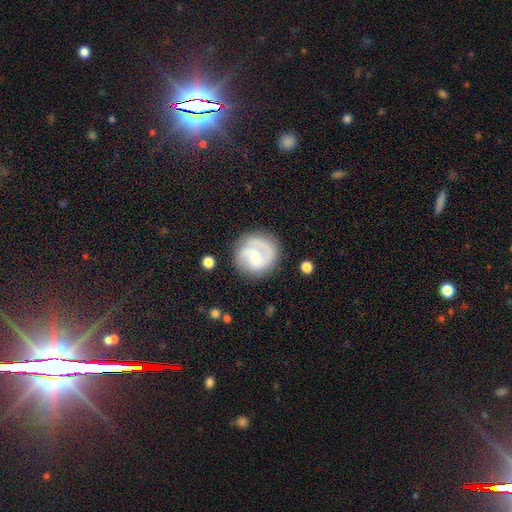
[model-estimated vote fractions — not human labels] Smooth or featured? Predicted: featured or disk (p=0.66). Edge-on disk? Predicted: no (p=0.98). Bar? Predicted: weak (p=0.46). Spiral arms? Predicted: yes (p=0.86). Spiral winding? Predicted: medium (p=0.42). Spiral arm count? Predicted: 2 (p=0.45). Bulge size? Predicted: moderate (p=0.40, tied with small). Merging? Predicted: none (p=0.70).